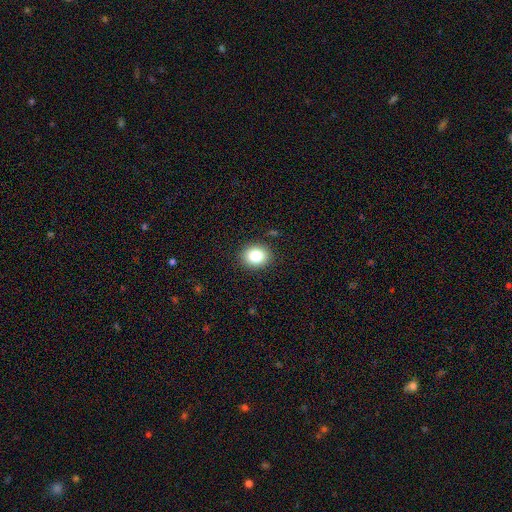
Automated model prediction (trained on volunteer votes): smooth_or_featured: smooth (p=0.83) [alt: star or artifact p=0.10]
how_rounded: round (p=0.63) [alt: in between p=0.37]
merging: none (p=0.89) [alt: minor disturbance p=0.08]